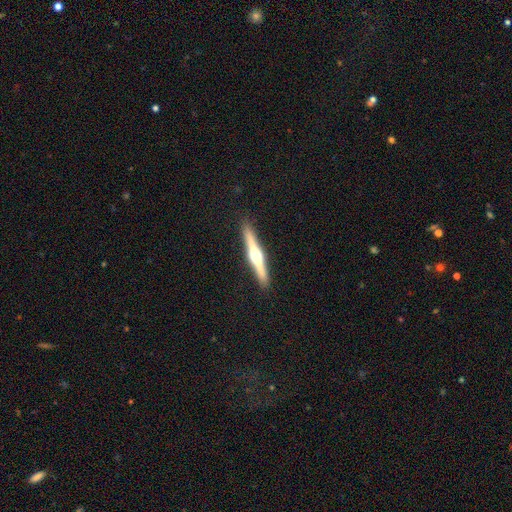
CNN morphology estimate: Overall: featured or disk (76%). Edge-on disk: yes (98%). Edge-on bulge: rounded (95%). Merging: none (92%).